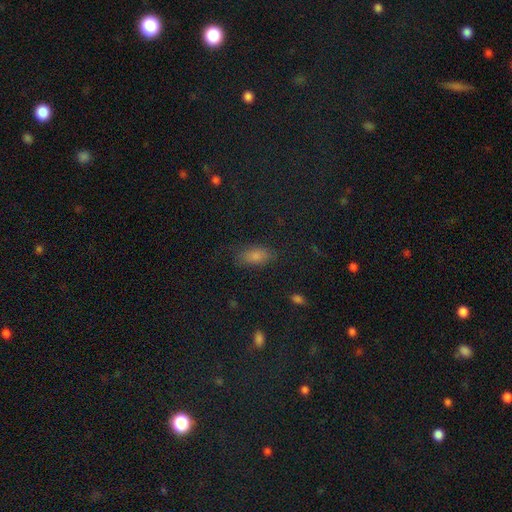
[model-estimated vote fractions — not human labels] Q: Smooth or featured?
A: smooth (77%); runner-up: star or artifact (13%)
Q: How rounded?
A: in between (86%); runner-up: cigar-shaped (9%)
Q: Merging?
A: none (76%); runner-up: minor disturbance (17%)